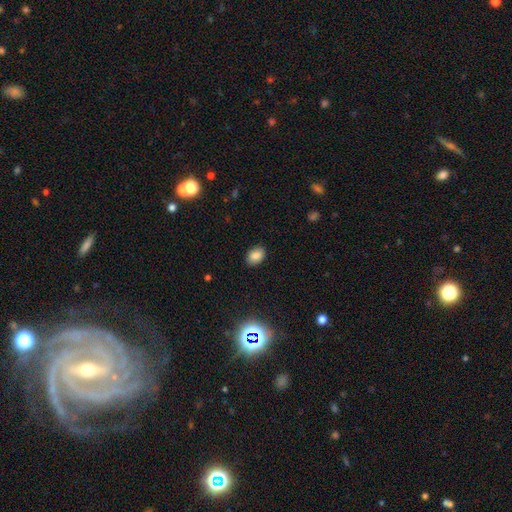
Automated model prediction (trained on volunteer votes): Smooth or featured? Predicted: smooth (p=0.82). How rounded? Predicted: in between (p=0.78). Merging? Predicted: none (p=0.87).